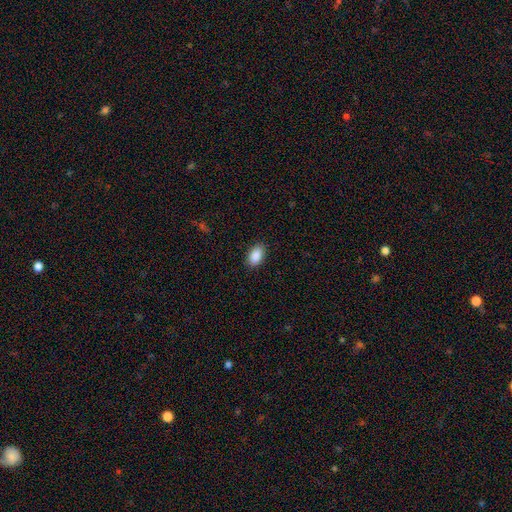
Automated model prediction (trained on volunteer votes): Overall: smooth (90%). How rounded: in between (93%). Merging: none (88%).